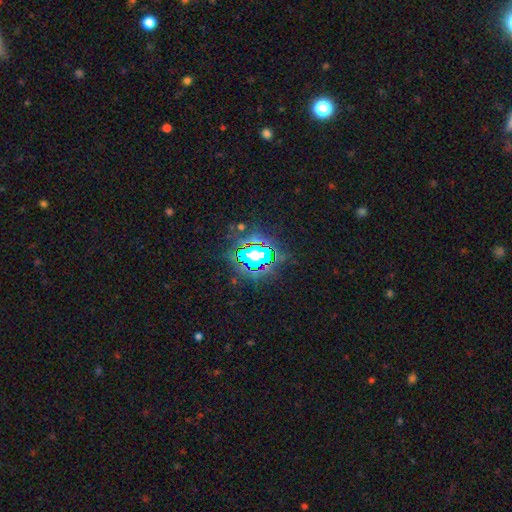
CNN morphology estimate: smooth_or_featured: star or artifact (p=0.73) [alt: smooth p=0.16]